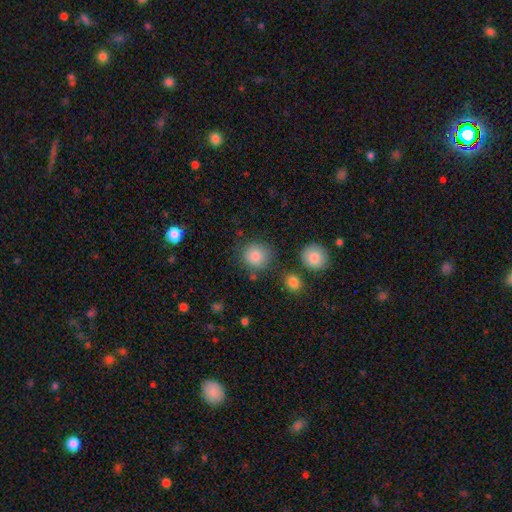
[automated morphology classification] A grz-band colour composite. It shows a smooth galaxy with no disk features (84%) that is round (91%). Merging: none (81%).